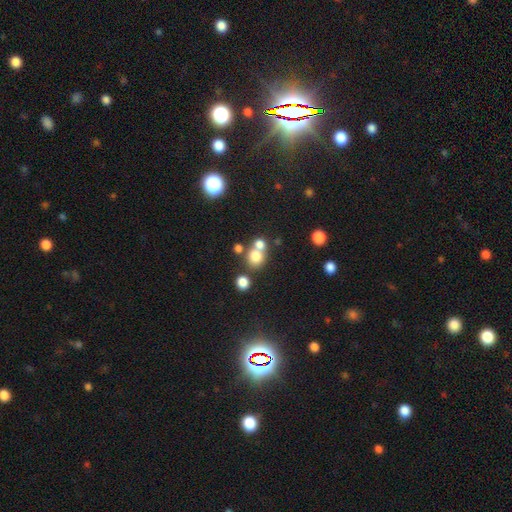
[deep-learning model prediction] Smooth or featured?
  - smooth: 74% *
  - star or artifact: 15%
  - featured or disk: 11%
How rounded?
  - round: 80% *
  - in between: 19%
  - cigar-shaped: 1%
Merging?
  - none: 46% *
  - merger: 43%
  - minor disturbance: 7%
  - major disturbance: 4%